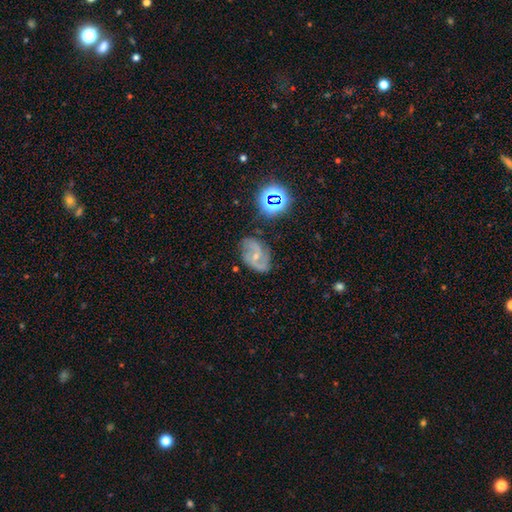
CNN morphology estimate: A featured or disk galaxy (75%) with no bar (51%), 2 (78%) medium (47%) spiral arms (94%) and a small central bulge (65%).

Vote fractions:
- Smooth or featured? featured or disk: 75% / smooth: 14% / star or artifact: 11%
- Edge-on disk? no: 97% / yes: 3%
- Bar? no: 51% / weak: 38% / strong: 11%
- Spiral arms? yes: 94% / no: 6%
- Spiral winding? medium: 47% / loose: 31% / tight: 21%
- Spiral arm count? 2: 78% / can't tell: 9% / 3: 7% / 1: 3% / 4: 2% / more than 4: 2%
- Bulge size? small: 65% / moderate: 31% / none: 3% / large: 1% / dominant: 1%
- Merging? none: 68% / minor disturbance: 22% / major disturbance: 7% / merger: 2%